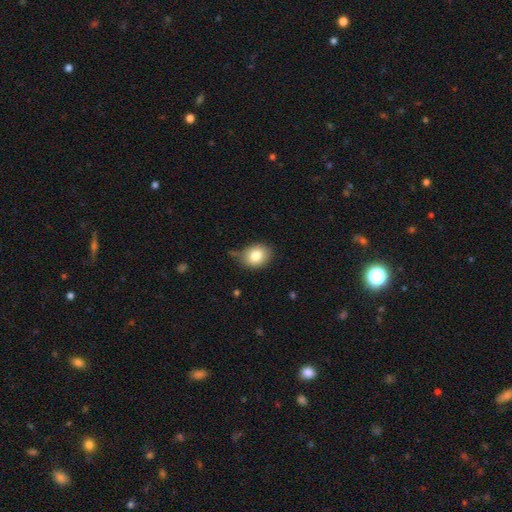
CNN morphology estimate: smooth 82%, featured or disk 9%, star or artifact 9%. Down the decision tree: how rounded — in between (55%); merging — none (67%).